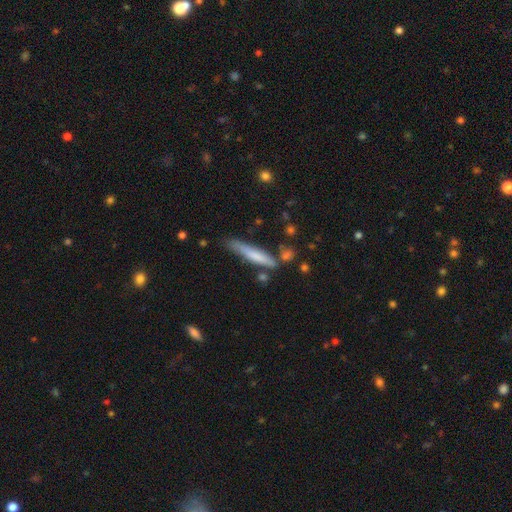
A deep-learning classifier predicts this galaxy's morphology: smooth_or_featured: smooth (p=0.65) [alt: featured or disk p=0.29]
how_rounded: cigar-shaped (p=0.91) [alt: in between p=0.08]
merging: none (p=0.66) [alt: minor disturbance p=0.21]